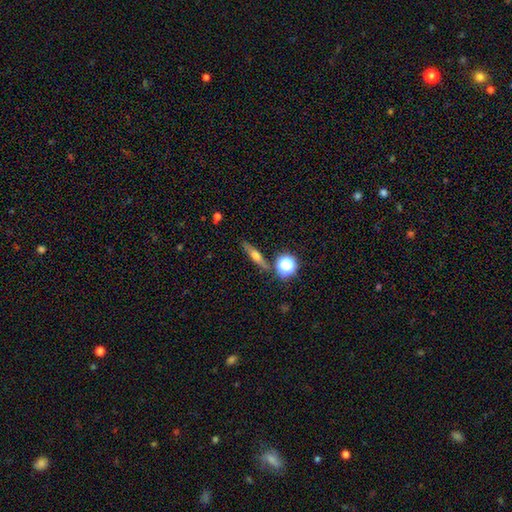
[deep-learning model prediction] Smooth or featured?
  - featured or disk: 48% *
  - smooth: 41%
  - star or artifact: 12%
Merging?
  - none: 83% *
  - minor disturbance: 10%
  - merger: 4%
  - major disturbance: 3%